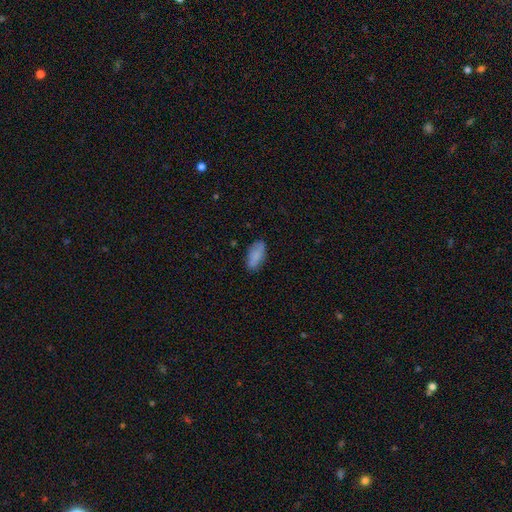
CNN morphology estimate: A smooth galaxy with no disk features (81%) that is in between round and cigar-shaped (90%).

Vote fractions:
- Smooth or featured? smooth: 81% / featured or disk: 11% / star or artifact: 7%
- How rounded? in between: 90% / cigar-shaped: 7% / round: 3%
- Merging? none: 73% / minor disturbance: 20% / major disturbance: 5% / merger: 2%